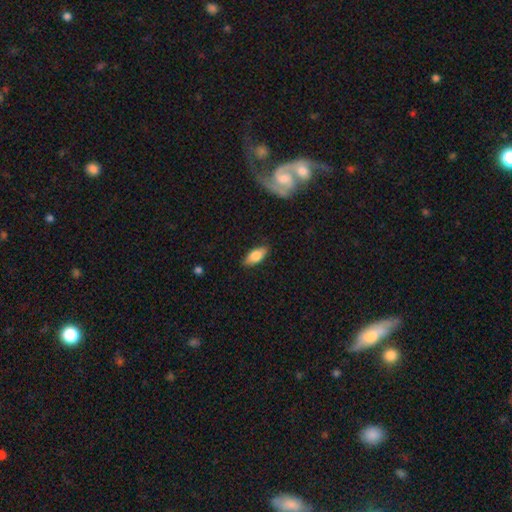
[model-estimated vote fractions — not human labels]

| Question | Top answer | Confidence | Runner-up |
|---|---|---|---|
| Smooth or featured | smooth | 77% | featured or disk (16%) |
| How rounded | in between | 84% | cigar-shaped (14%) |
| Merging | none | 86% | minor disturbance (10%) |